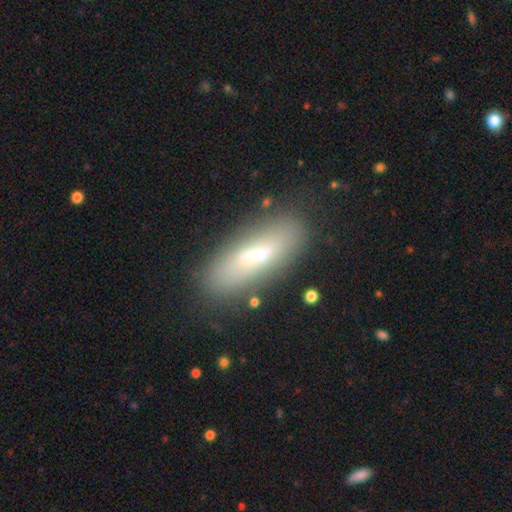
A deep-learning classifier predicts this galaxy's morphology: smooth 58%, featured or disk 31%, star or artifact 10%. Down the decision tree: how rounded — in between (50%); merging — none (77%).